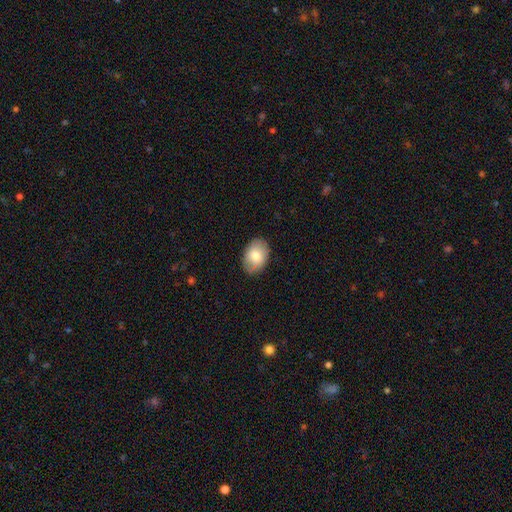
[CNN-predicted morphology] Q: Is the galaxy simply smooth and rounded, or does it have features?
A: smooth — 77%.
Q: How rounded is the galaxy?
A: in between — 82%.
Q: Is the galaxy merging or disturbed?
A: none — 84%.